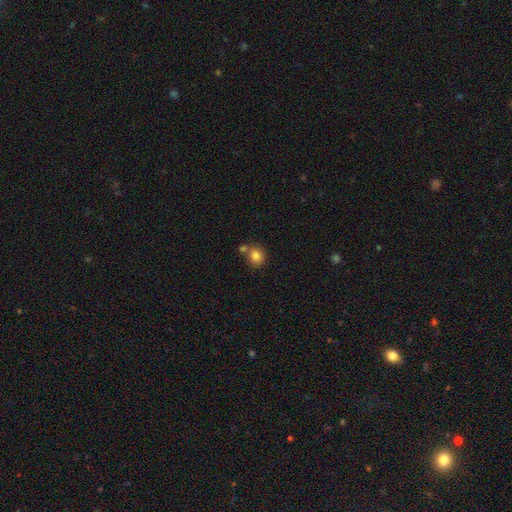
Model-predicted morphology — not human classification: A smooth galaxy with no disk features (83%) that is round (76%).

Vote fractions:
- Smooth or featured? smooth: 83% / star or artifact: 10% / featured or disk: 7%
- How rounded? round: 76% / in between: 23% / cigar-shaped: 1%
- Merging? none: 59% / merger: 27% / minor disturbance: 11% / major disturbance: 4%